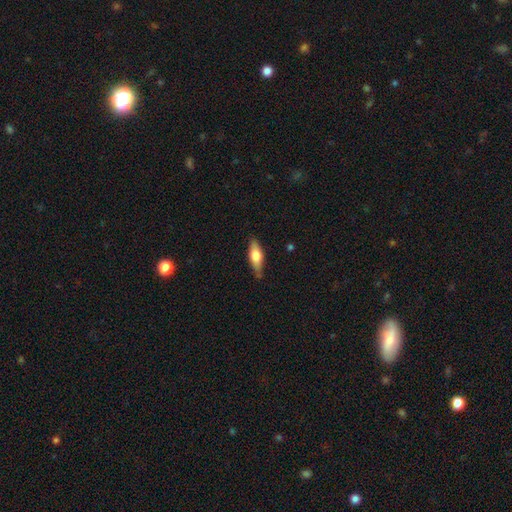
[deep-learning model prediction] smooth-or-featured: smooth: 58% | featured or disk: 36% | star or artifact: 6%
  how-rounded: in between: 56% | cigar-shaped: 41% | round: 3%
  merging: none: 79% | minor disturbance: 17% | major disturbance: 3% | merger: 2%